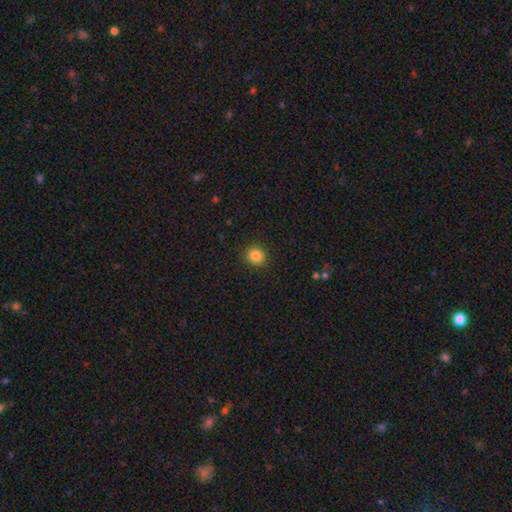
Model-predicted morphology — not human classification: This appears to be a smooth galaxy with no disk features (85%) that is round (82%). Merging: none (90%).